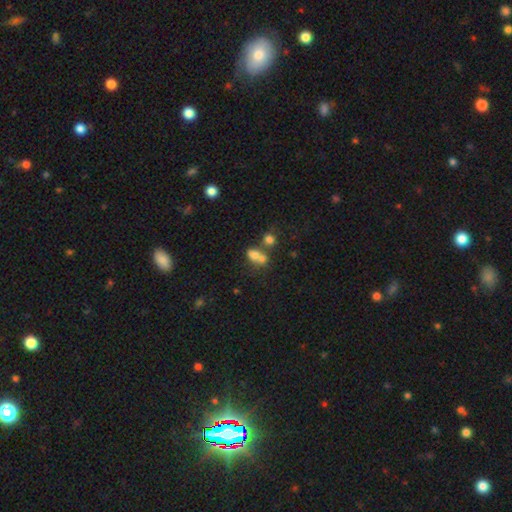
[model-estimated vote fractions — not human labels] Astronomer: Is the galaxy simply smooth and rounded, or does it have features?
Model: smooth — 66%.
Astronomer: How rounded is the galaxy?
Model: in between — 51% (runner-up: round, 47%).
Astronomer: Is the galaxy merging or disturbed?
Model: merger — 57%.